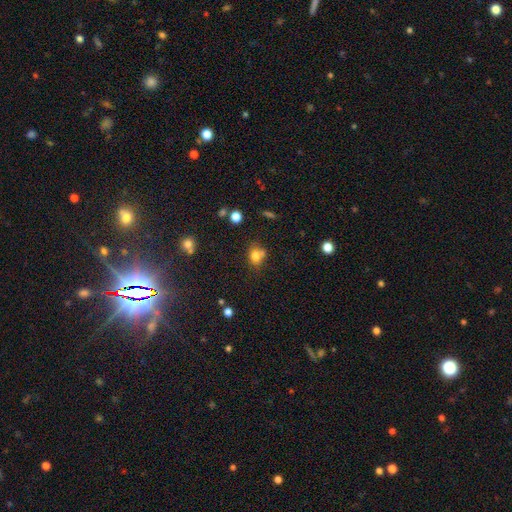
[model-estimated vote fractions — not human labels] smooth-or-featured: smooth: 76% | star or artifact: 14% | featured or disk: 11%
  how-rounded: round: 54% | in between: 45% | cigar-shaped: 1%
  merging: none: 48% | merger: 29% | minor disturbance: 17% | major disturbance: 6%